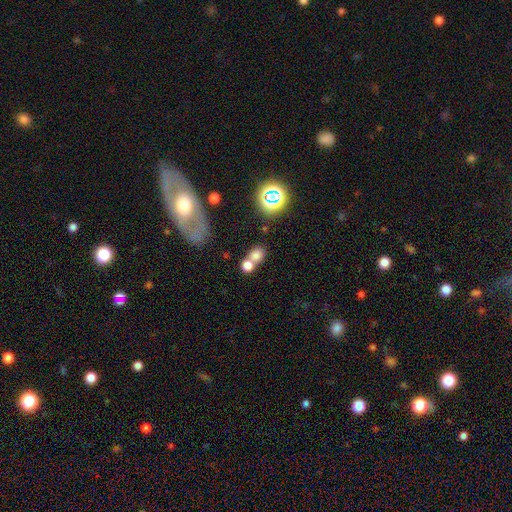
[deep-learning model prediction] smooth-or-featured: smooth: 72% | star or artifact: 17% | featured or disk: 11%
  how-rounded: round: 60% | in between: 38% | cigar-shaped: 2%
  merging: merger: 49% | none: 39% | minor disturbance: 7% | major disturbance: 5%